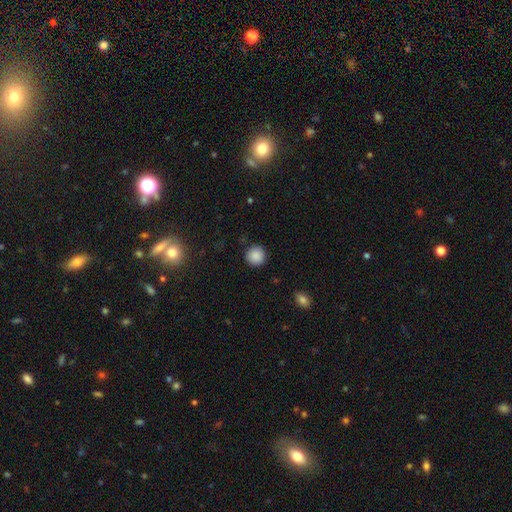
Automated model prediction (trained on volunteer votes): This is clearly a smooth galaxy (87%). How rounded: clearly round (94%). Merging: clearly none (90%).